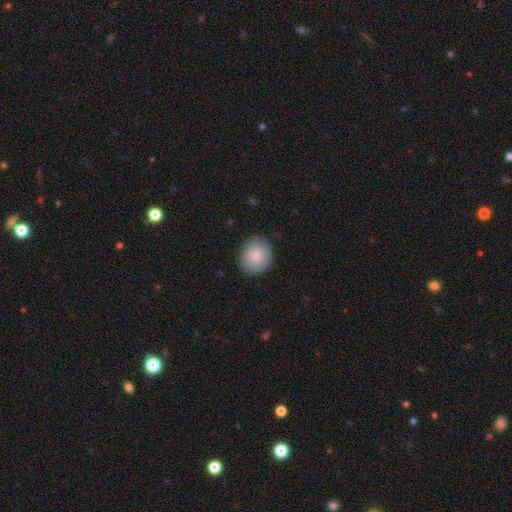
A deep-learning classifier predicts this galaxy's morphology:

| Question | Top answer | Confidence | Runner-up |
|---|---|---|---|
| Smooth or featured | smooth | 84% | featured or disk (9%) |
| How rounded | round | 75% | in between (24%) |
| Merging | none | 82% | minor disturbance (14%) |